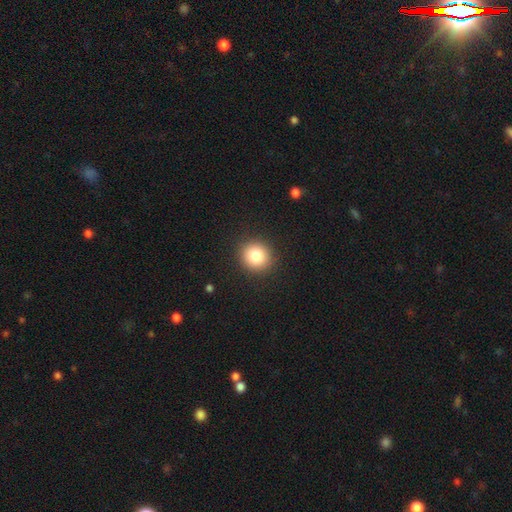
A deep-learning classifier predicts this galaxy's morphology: Smooth or featured: smooth — 83% (star or artifact — 10%)
How rounded: round — 90% (in between — 9%)
Merging: none — 91% (minor disturbance — 6%)